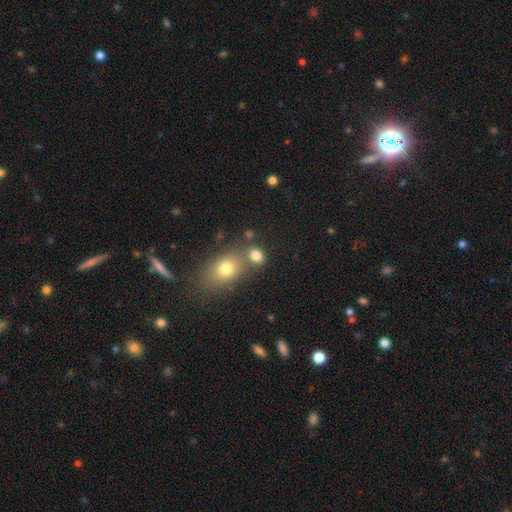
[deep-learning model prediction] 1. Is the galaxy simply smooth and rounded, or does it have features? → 78% smooth, 12% star or artifact, 9% featured or disk.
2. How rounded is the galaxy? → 60% in between, 38% round, 2% cigar-shaped.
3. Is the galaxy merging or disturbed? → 54% none, 30% merger, 11% minor disturbance, 5% major disturbance.